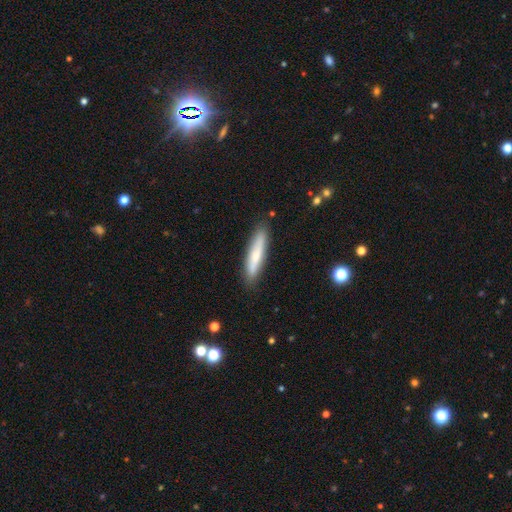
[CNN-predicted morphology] type=smooth (67%); roundness=cigar-shaped (88%); merging=none (87%).